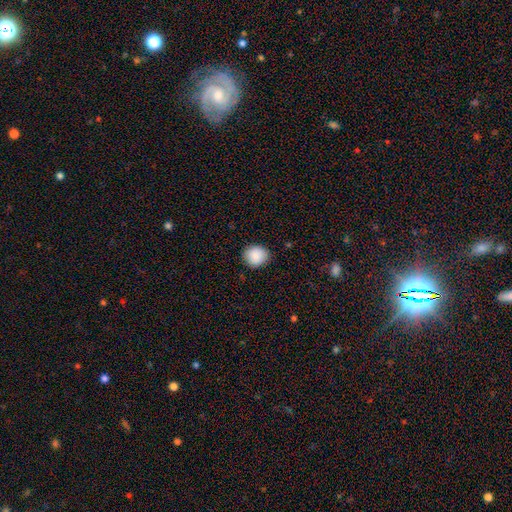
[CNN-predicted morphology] smooth 89%, star or artifact 8%, featured or disk 3%. Down the decision tree: how rounded — round (80%); merging — none (87%).